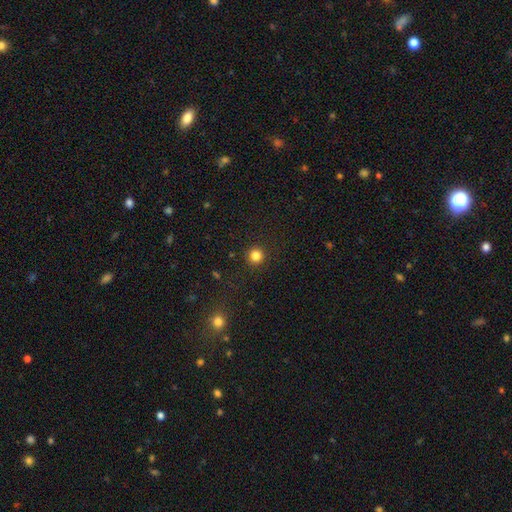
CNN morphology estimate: smooth 83%, star or artifact 13%, featured or disk 4%. Down the decision tree: how rounded — round (94%); merging — none (91%).